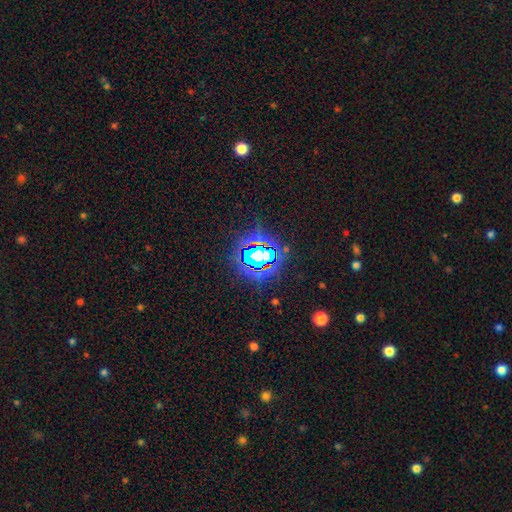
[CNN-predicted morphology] Smooth or featured?
  - star or artifact: 80% *
  - smooth: 11%
  - featured or disk: 8%